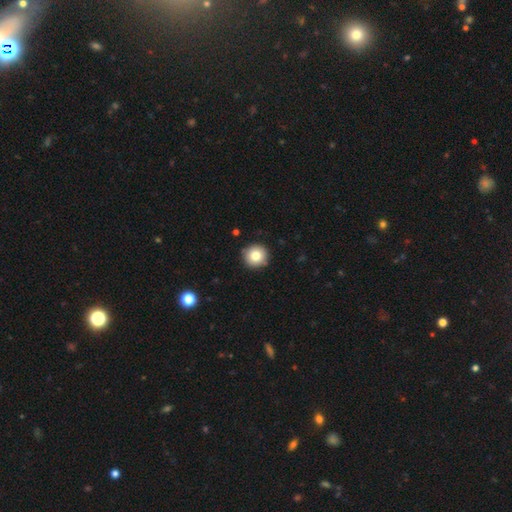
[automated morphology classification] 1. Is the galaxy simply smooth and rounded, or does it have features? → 80% smooth, 10% star or artifact, 9% featured or disk.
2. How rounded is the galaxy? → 95% round, 4% in between, 1% cigar-shaped.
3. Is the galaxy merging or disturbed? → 90% none, 7% minor disturbance, 2% major disturbance, 1% merger.